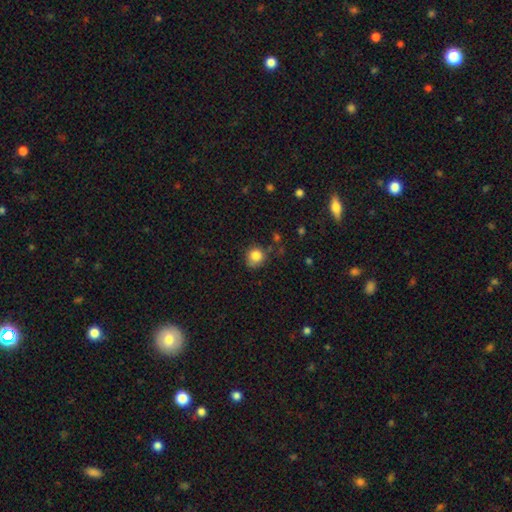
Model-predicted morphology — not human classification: A smooth galaxy with no disk features (84%) that is round (85%).

Vote fractions:
- Smooth or featured? smooth: 84% / star or artifact: 10% / featured or disk: 6%
- How rounded? round: 85% / in between: 14% / cigar-shaped: 1%
- Merging? none: 73% / minor disturbance: 19% / major disturbance: 5% / merger: 3%